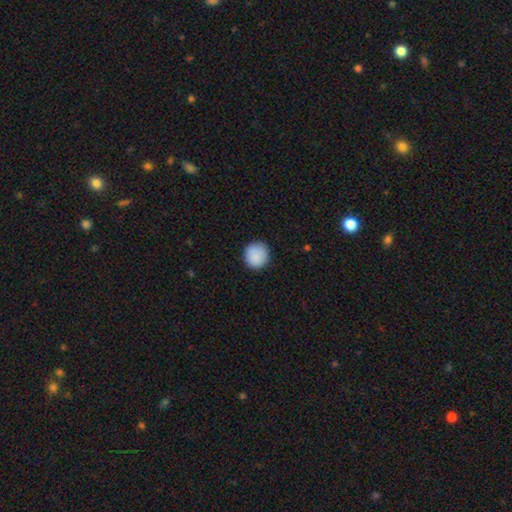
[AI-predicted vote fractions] A smooth galaxy with no disk features (89%) that is round (93%). Merging: none (88%).